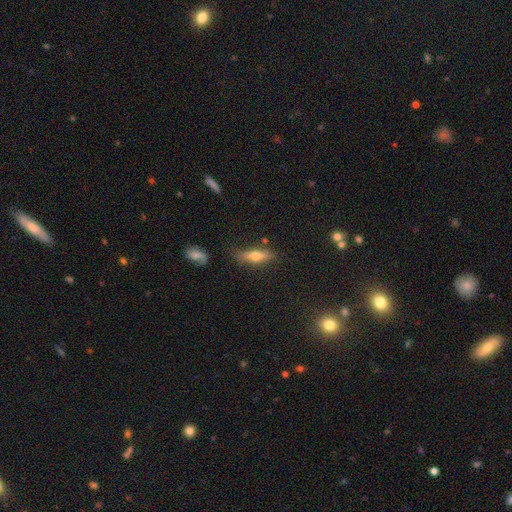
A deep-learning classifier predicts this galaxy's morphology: smooth-or-featured: smooth: 52% | featured or disk: 38% | star or artifact: 10%
  how-rounded: cigar-shaped: 62% | in between: 35% | round: 4%
  merging: none: 75% | minor disturbance: 17% | major disturbance: 5% | merger: 4%